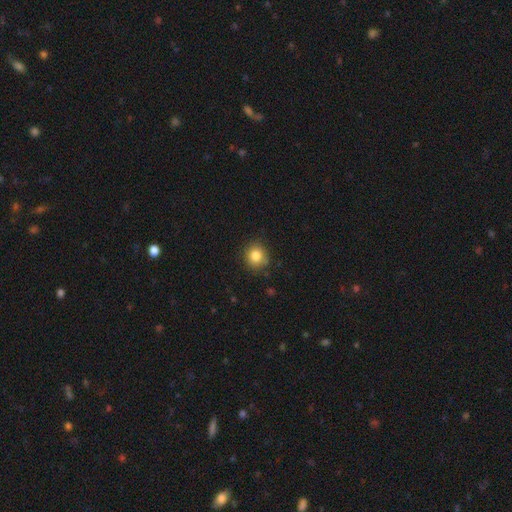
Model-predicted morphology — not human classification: Smooth or featured? Predicted: smooth (p=0.83). How rounded? Predicted: round (p=0.83). Merging? Predicted: none (p=0.83).